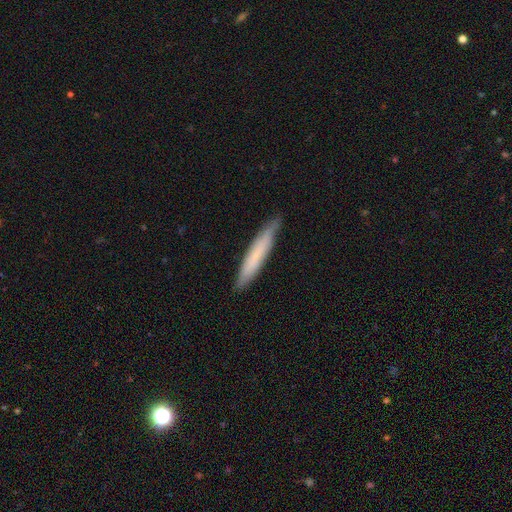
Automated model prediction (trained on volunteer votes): Overall: smooth (69%). How rounded: cigar-shaped (93%). Merging: none (85%).